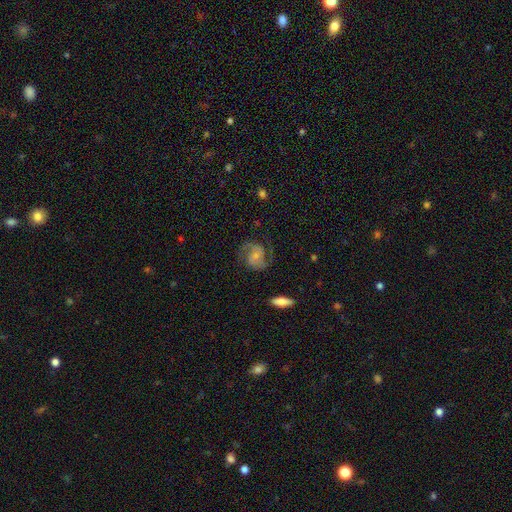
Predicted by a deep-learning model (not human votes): featured or disk 76%, smooth 17%, star or artifact 7%. Down the decision tree: edge-on disk — no (97%); bar — no (49%); spiral arms — yes (94%); spiral arm count — 2 (88%); spiral winding — medium (53%); bulge size — small (58%); merging — none (69%).